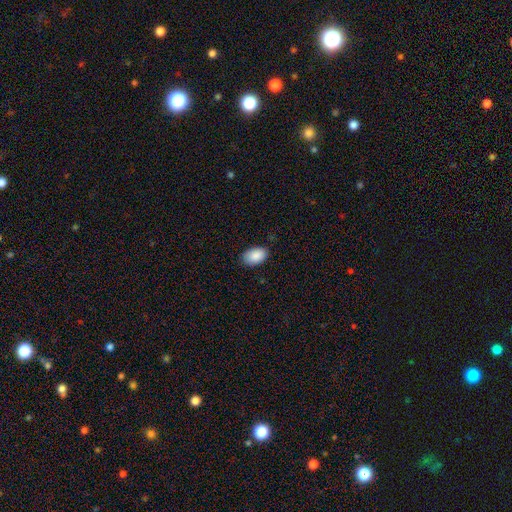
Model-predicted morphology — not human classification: This is clearly a smooth galaxy (89%). How rounded: clearly in between (92%). Merging: clearly none (83%).